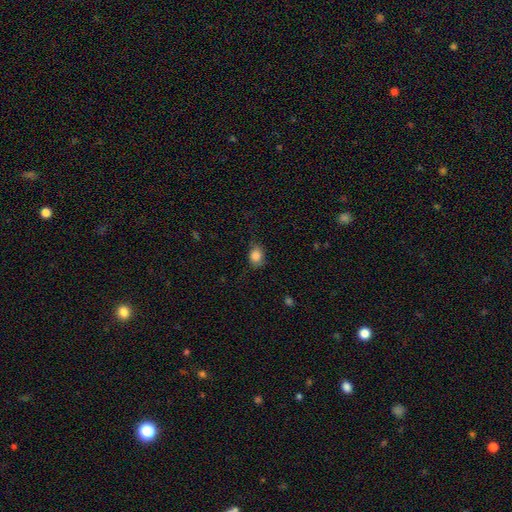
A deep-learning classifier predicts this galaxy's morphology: The model was most divided on "how rounded": in between: 50%, round: 49%, cigar-shaped: 1%. More confident: smooth or featured — smooth (84%); merging — none (67%).